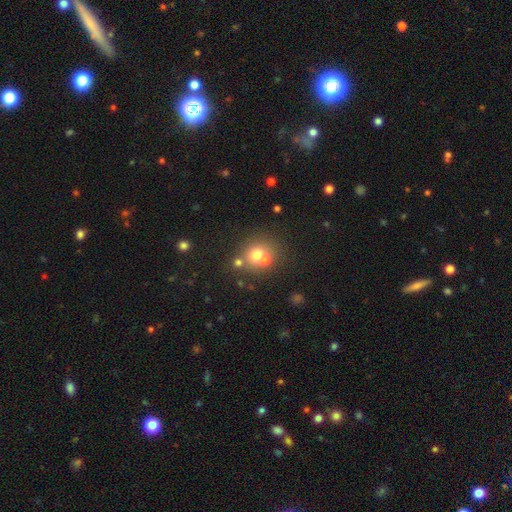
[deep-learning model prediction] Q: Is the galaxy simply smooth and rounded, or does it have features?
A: smooth — 66%.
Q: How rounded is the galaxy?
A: round — 84%.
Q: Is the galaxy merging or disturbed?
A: none — 51%.